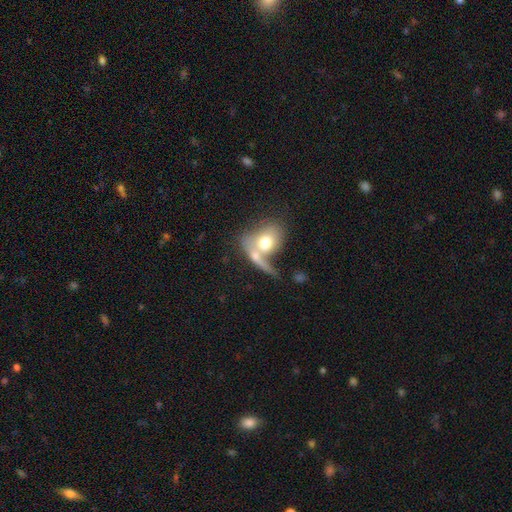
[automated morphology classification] The model was most divided on "how rounded": in between: 51%, round: 43%, cigar-shaped: 6%. More confident: smooth or featured — smooth (63%); merging — merger (54%).